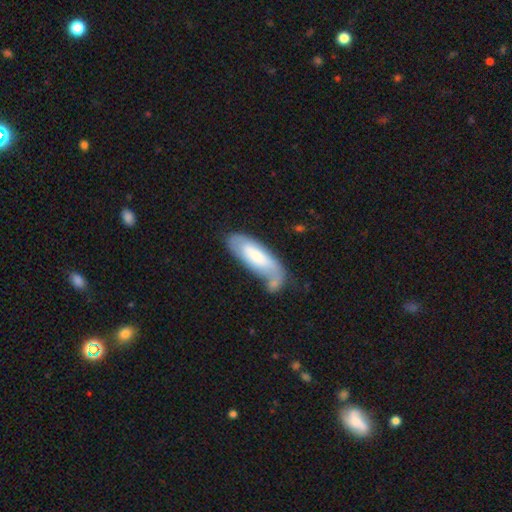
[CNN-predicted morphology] type=smooth (61%); roundness=in between (64%); merging=none (42%).